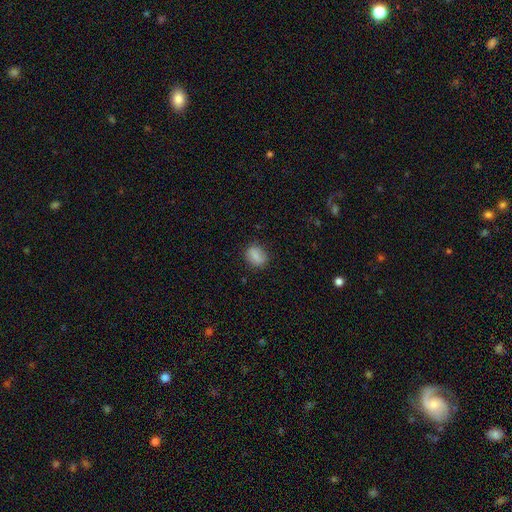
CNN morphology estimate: Q: Smooth or featured?
A: smooth (81%); runner-up: featured or disk (10%)
Q: How rounded?
A: in between (50%); runner-up: round (48%)
Q: Merging?
A: none (84%); runner-up: minor disturbance (11%)